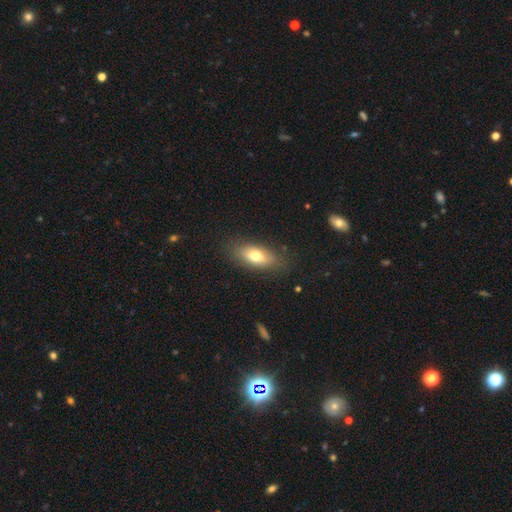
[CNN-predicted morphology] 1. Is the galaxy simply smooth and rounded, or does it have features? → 72% smooth, 20% featured or disk, 8% star or artifact.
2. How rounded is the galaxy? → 82% in between, 13% cigar-shaped, 5% round.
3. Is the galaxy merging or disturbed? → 82% none, 13% minor disturbance, 4% major disturbance, 1% merger.